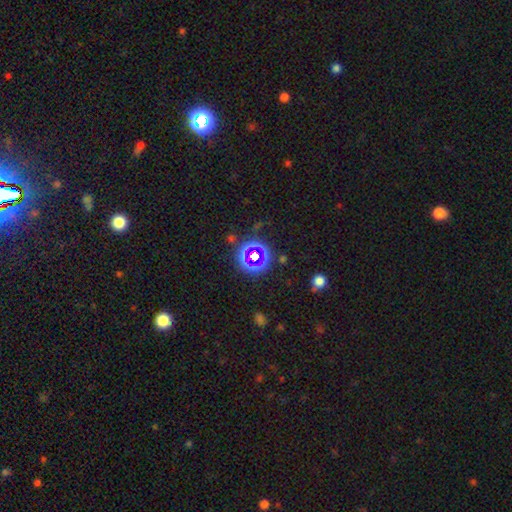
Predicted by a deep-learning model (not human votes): Overall: star or artifact (59%; smooth 26%).